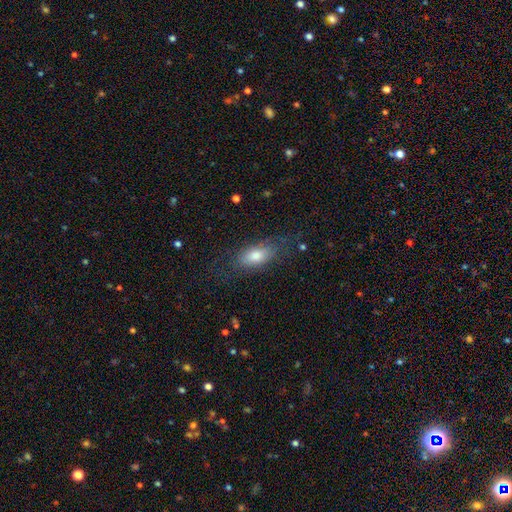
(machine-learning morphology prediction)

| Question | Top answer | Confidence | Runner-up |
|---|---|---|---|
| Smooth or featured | smooth | 69% | featured or disk (23%) |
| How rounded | in between | 81% | cigar-shaped (15%) |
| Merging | none | 69% | minor disturbance (19%) |